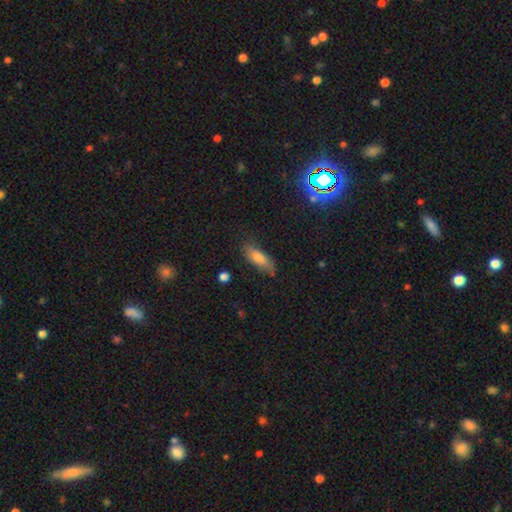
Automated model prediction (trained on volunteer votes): The model was most divided on "how rounded": in between: 55%, cigar-shaped: 42%, round: 3%. More confident: merging — none (78%); smooth or featured — smooth (68%).